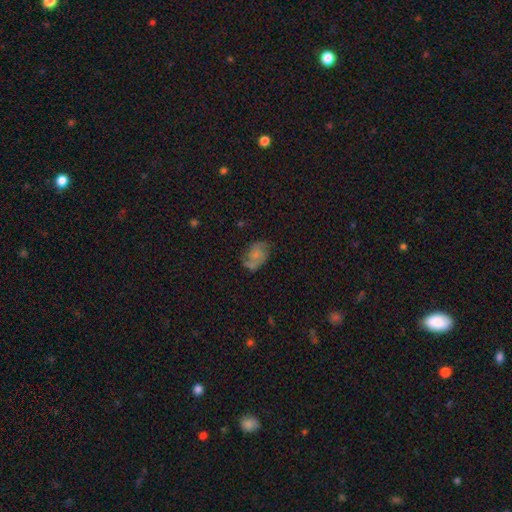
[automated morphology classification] smooth-or-featured: featured or disk: 53% | smooth: 37% | star or artifact: 10%
  disk-edge-on: no: 97% | yes: 3%
    bar: no: 72% | weak: 24% | strong: 4%
    has-spiral-arms: yes: 84% | no: 16%
    bulge-size: small: 54% | none: 21% | moderate: 21% | large: 2% | dominant: 1%
  merging: none: 59% | minor disturbance: 25% | major disturbance: 13% | merger: 4%